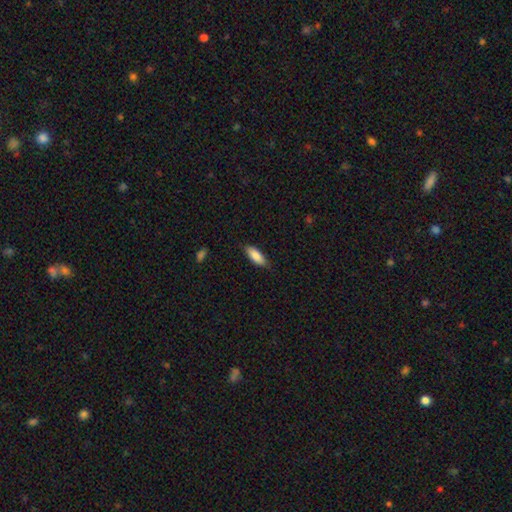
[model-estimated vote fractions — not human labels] This is clearly a smooth galaxy (84%). How rounded: likely in between (74%). Merging: clearly none (82%).